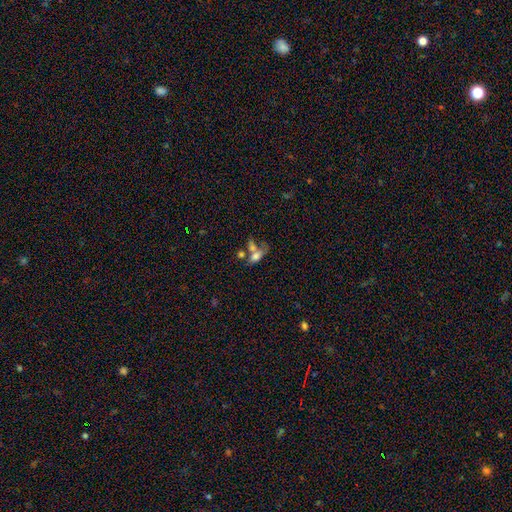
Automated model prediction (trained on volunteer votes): Q: Smooth or featured?
A: smooth (42%); runner-up: featured or disk (36%)
Q: Merging?
A: merger (46%); runner-up: none (32%)